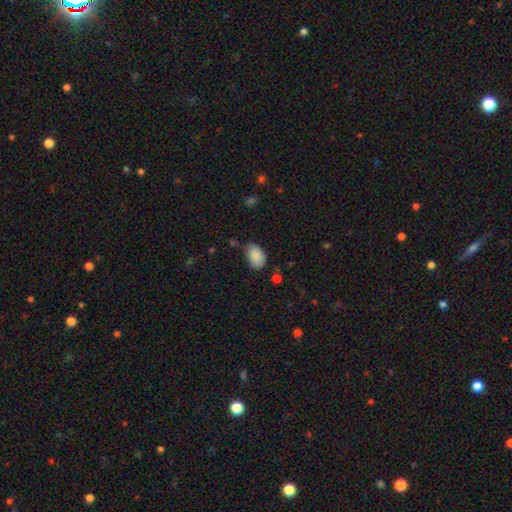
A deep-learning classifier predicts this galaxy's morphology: Q: Smooth or featured?
A: smooth (87%); runner-up: star or artifact (8%)
Q: How rounded?
A: in between (88%); runner-up: round (11%)
Q: Merging?
A: none (65%); runner-up: minor disturbance (27%)